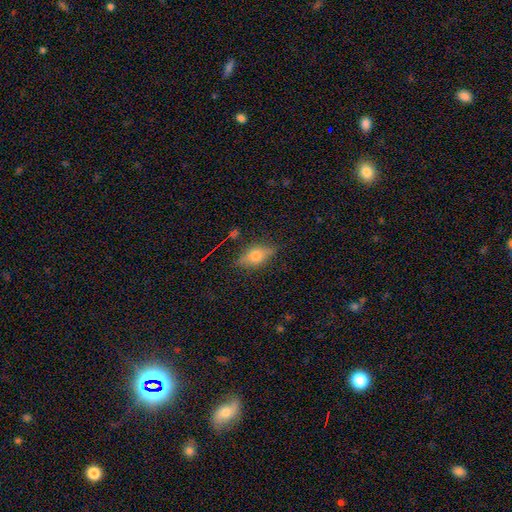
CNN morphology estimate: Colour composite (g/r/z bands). It shows a smooth galaxy with no disk features (48%). Merging: none (81%).